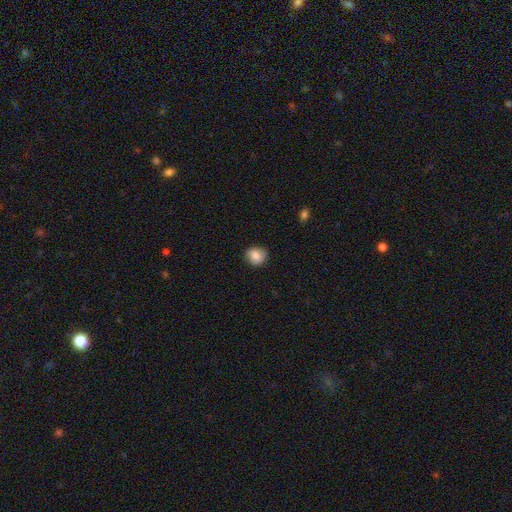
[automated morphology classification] type=smooth (77%); roundness=round (75%); merging=none (79%).